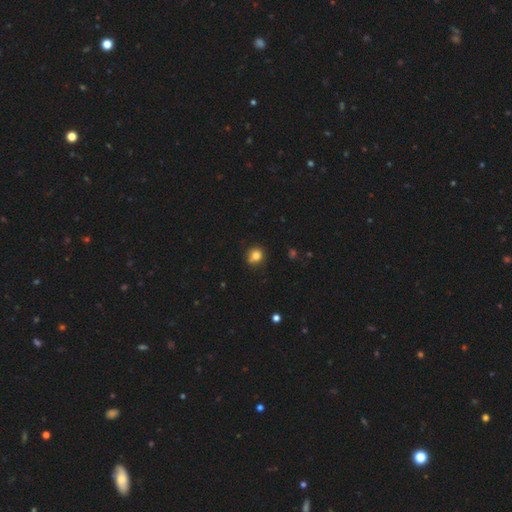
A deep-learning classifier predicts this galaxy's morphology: smooth_or_featured: smooth (p=0.81) [alt: star or artifact p=0.12]
how_rounded: round (p=0.77) [alt: in between p=0.22]
merging: none (p=0.70) [alt: minor disturbance p=0.22]